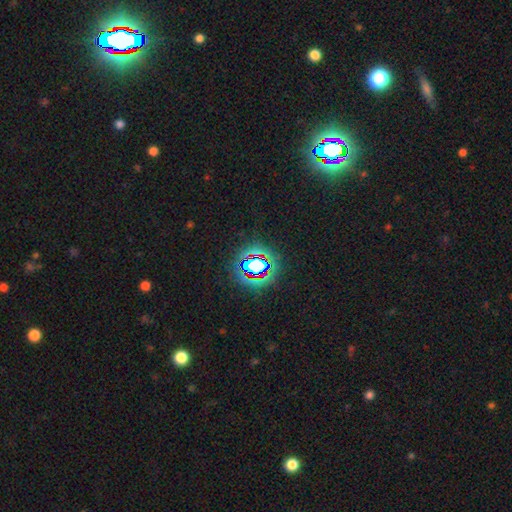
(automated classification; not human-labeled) Overall: star or artifact (67%).